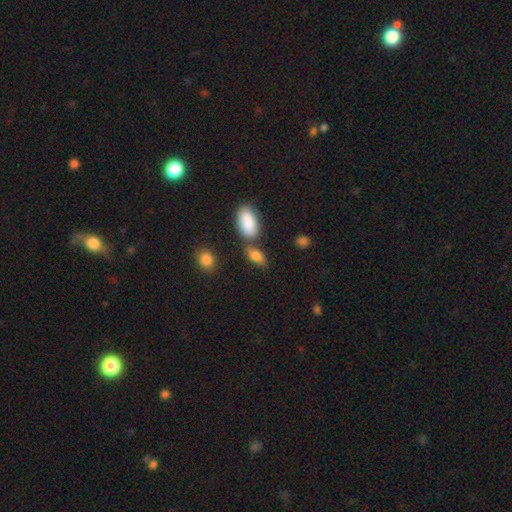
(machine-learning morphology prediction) Smooth or featured? smooth (82%)
How rounded? in between (85%)
Merging? none (62%)